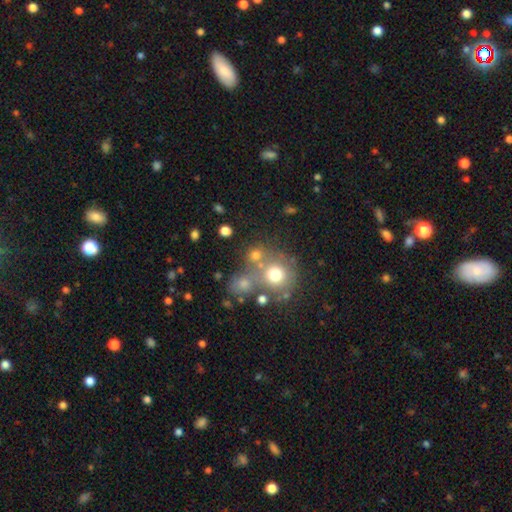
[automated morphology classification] Smooth or featured? Predicted: smooth (p=0.68). How rounded? Predicted: round (p=0.84). Merging? Predicted: none (p=0.52).